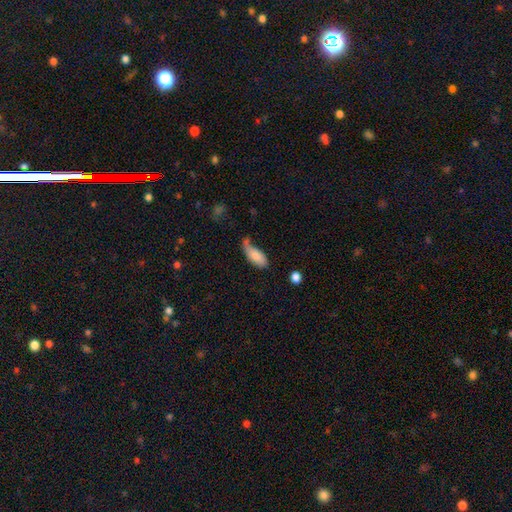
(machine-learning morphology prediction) The model was most divided on "merging": none: 38%, minor disturbance: 32%, major disturbance: 18%, merger: 12%. More confident: how rounded — in between (83%); smooth or featured — smooth (79%).